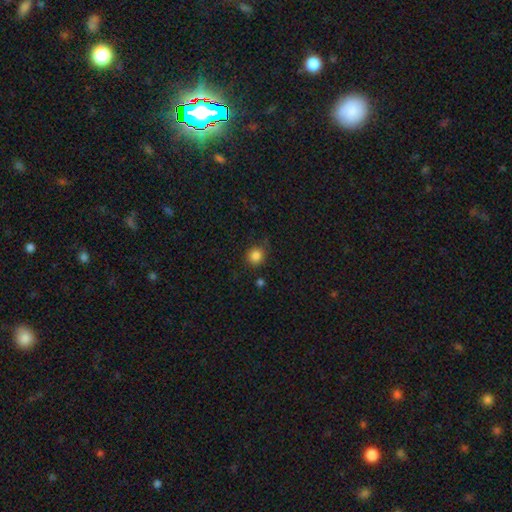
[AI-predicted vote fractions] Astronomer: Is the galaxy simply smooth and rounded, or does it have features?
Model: smooth — 85%.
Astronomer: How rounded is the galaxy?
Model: round — 89%.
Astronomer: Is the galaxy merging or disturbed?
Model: none — 80%.